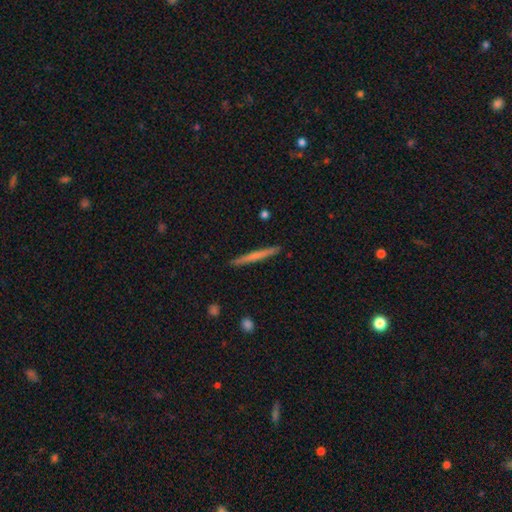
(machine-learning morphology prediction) Smooth or featured? Predicted: smooth (p=0.53). How rounded? Predicted: cigar-shaped (p=0.97). Merging? Predicted: none (p=0.91).